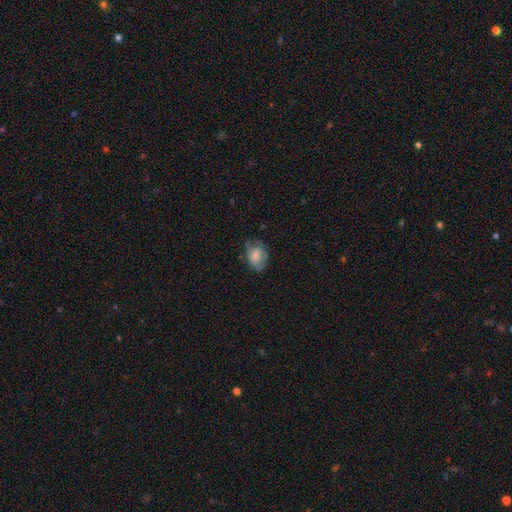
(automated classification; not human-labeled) smooth_or_featured: smooth (p=0.65) [alt: featured or disk p=0.27]
how_rounded: in between (p=0.75) [alt: round p=0.24]
merging: none (p=0.52) [alt: minor disturbance p=0.31]